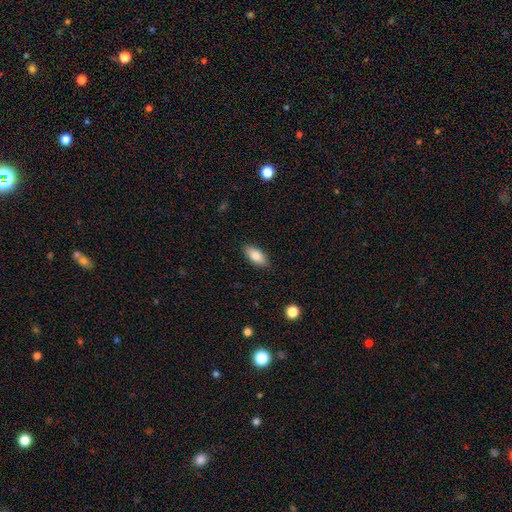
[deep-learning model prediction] Smooth or featured? Predicted: smooth (p=0.84). How rounded? Predicted: in between (p=0.87). Merging? Predicted: none (p=0.87).